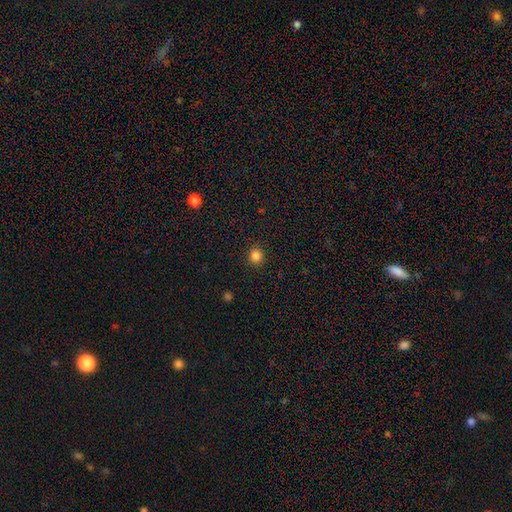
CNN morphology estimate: smooth_or_featured: smooth (p=0.85) [alt: star or artifact p=0.12]
how_rounded: round (p=0.88) [alt: in between p=0.11]
merging: none (p=0.91) [alt: minor disturbance p=0.06]